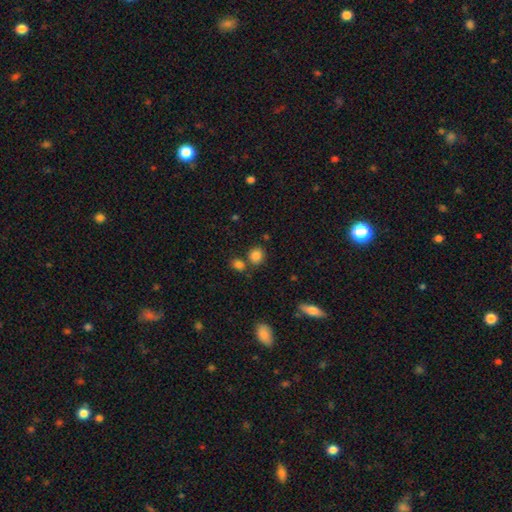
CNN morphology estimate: A smooth galaxy with no disk features (84%) that is round (78%).

Vote fractions:
- Smooth or featured? smooth: 84% / star or artifact: 11% / featured or disk: 5%
- How rounded? round: 78% / in between: 21% / cigar-shaped: 1%
- Merging? none: 70% / merger: 17% / minor disturbance: 9% / major disturbance: 3%